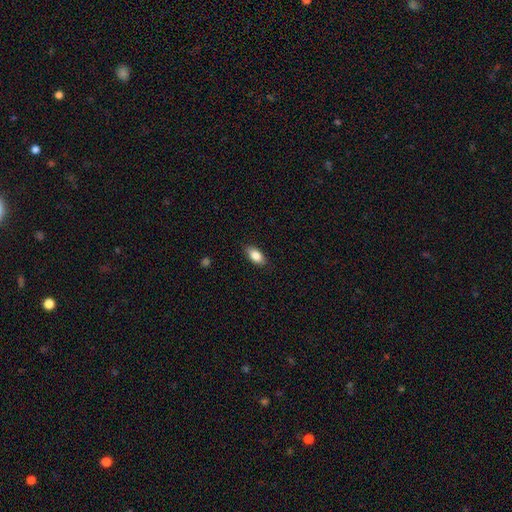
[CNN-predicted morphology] This is clearly a smooth galaxy (85%). How rounded: clearly in between (90%). Merging: clearly none (87%).